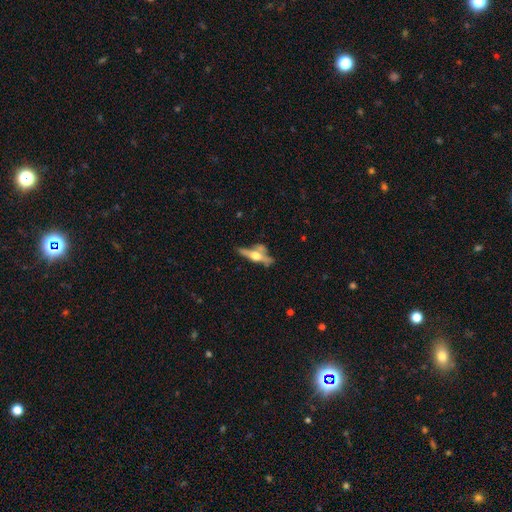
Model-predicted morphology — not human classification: Smooth or featured? featured or disk (63%)
Edge-on disk? yes (84%)
Edge-on bulge? rounded (92%)
Merging? none (47%)